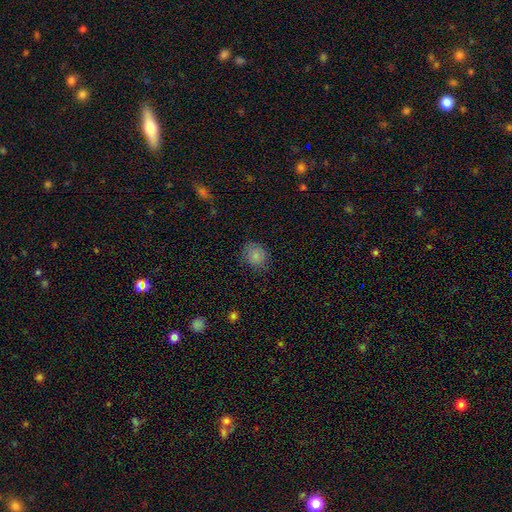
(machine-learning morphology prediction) A smooth galaxy with no disk features (83%) that is round (66%). Merging: none (80%).